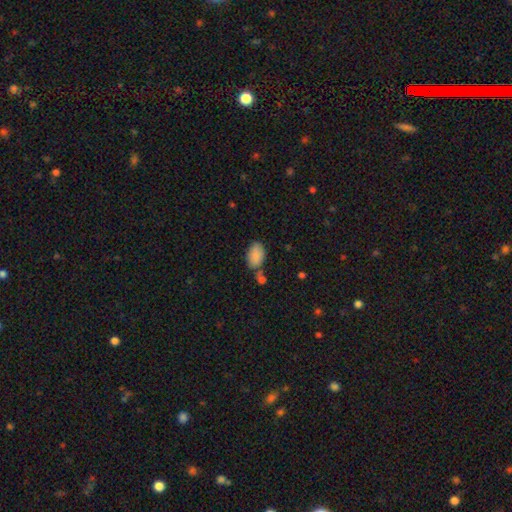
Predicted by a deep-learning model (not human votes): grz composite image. It shows a smooth galaxy with no disk features (85%) that is in between round and cigar-shaped (92%). Merging: none (57%).